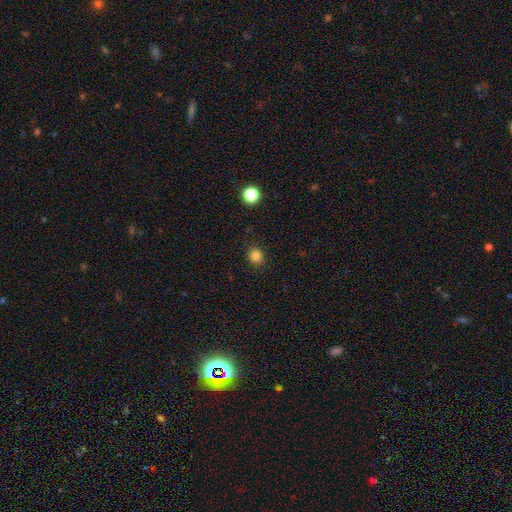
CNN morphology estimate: Q: Smooth or featured?
A: smooth (83%); runner-up: star or artifact (13%)
Q: How rounded?
A: round (82%); runner-up: in between (17%)
Q: Merging?
A: none (89%); runner-up: minor disturbance (7%)